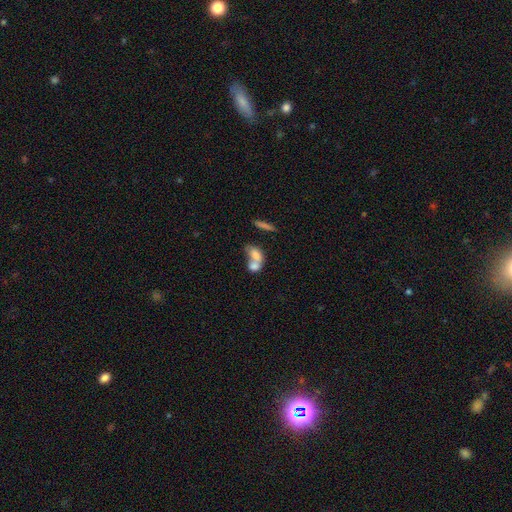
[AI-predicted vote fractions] A smooth galaxy with no disk features (71%) that is in between round and cigar-shaped (78%).

Vote fractions:
- Smooth or featured? smooth: 71% / featured or disk: 20% / star or artifact: 9%
- How rounded? in between: 78% / round: 16% / cigar-shaped: 6%
- Merging? merger: 67% / none: 20% / minor disturbance: 7% / major disturbance: 6%